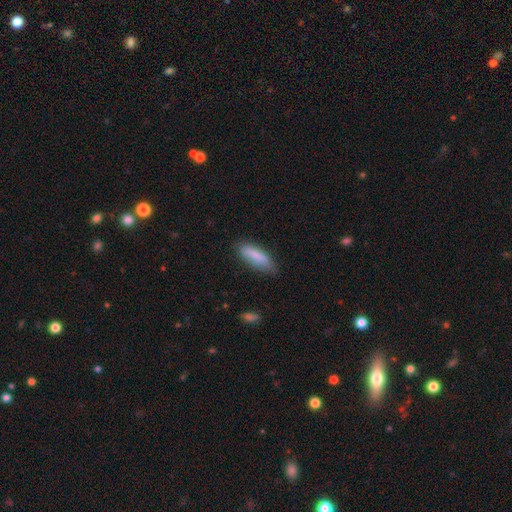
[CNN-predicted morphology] smooth-or-featured: smooth: 81% | featured or disk: 13% | star or artifact: 6%
  how-rounded: in between: 52% | cigar-shaped: 47% | round: 2%
  merging: none: 71% | minor disturbance: 23% | major disturbance: 5% | merger: 2%